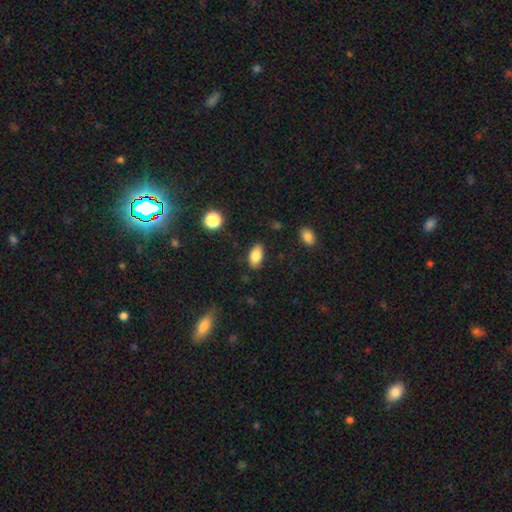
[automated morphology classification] Smooth or featured?
  - smooth: 83% *
  - featured or disk: 9%
  - star or artifact: 8%
How rounded?
  - in between: 92% *
  - round: 5%
  - cigar-shaped: 3%
Merging?
  - none: 85% *
  - minor disturbance: 11%
  - major disturbance: 3%
  - merger: 1%